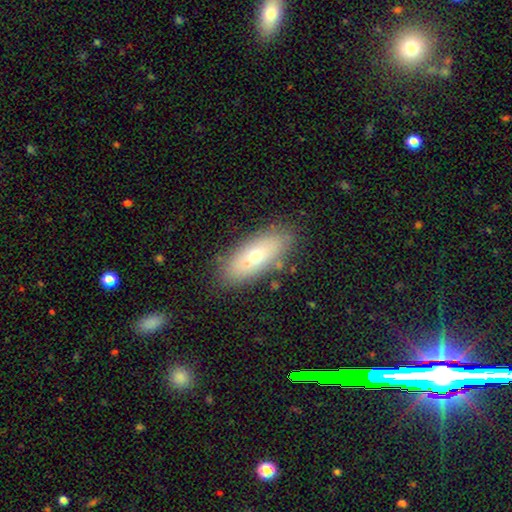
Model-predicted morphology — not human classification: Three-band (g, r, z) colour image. It shows a smooth galaxy with no disk features (63%) that is in between round and cigar-shaped (75%). Merging: none (75%).